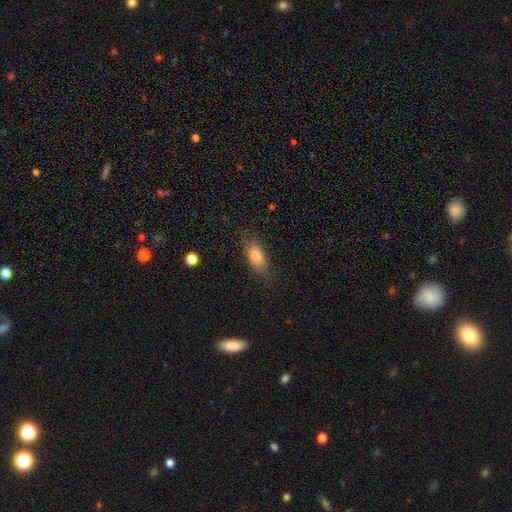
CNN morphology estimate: type=smooth (78%); roundness=in between (79%); merging=none (75%).